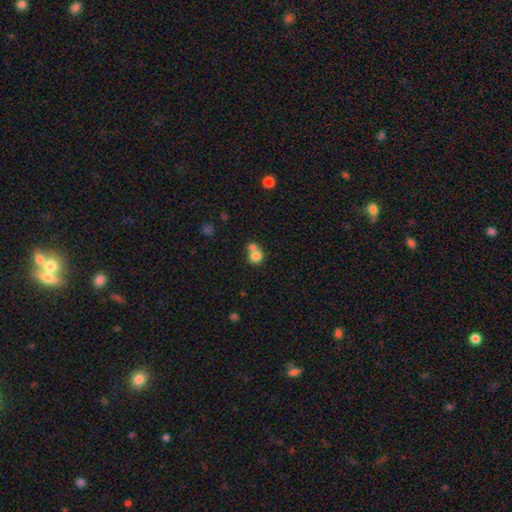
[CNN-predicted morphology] This appears to be a smooth galaxy with no disk features (78%) that is round (83%). Merging: merger (53%).